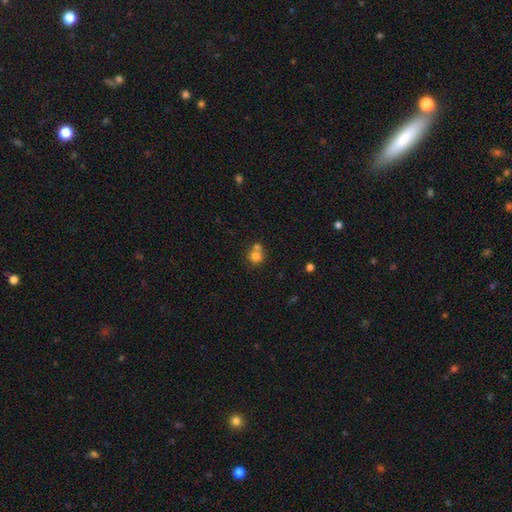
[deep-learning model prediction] Smooth or featured? smooth (76%)
How rounded? round (86%)
Merging? none (45%)